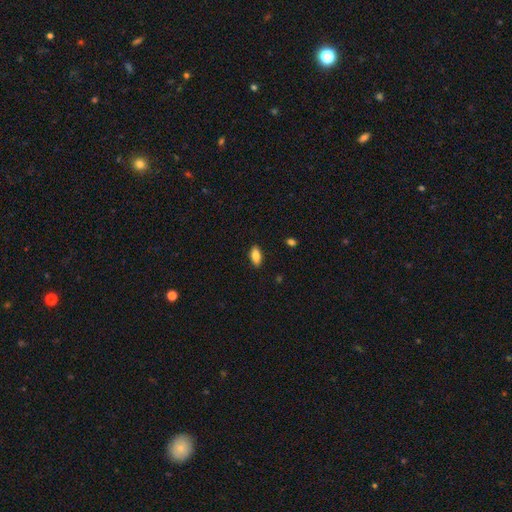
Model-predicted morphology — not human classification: The model was most divided on "smooth or featured": smooth: 79%, featured or disk: 14%, star or artifact: 7%. More confident: merging — none (89%); how rounded — in between (85%).